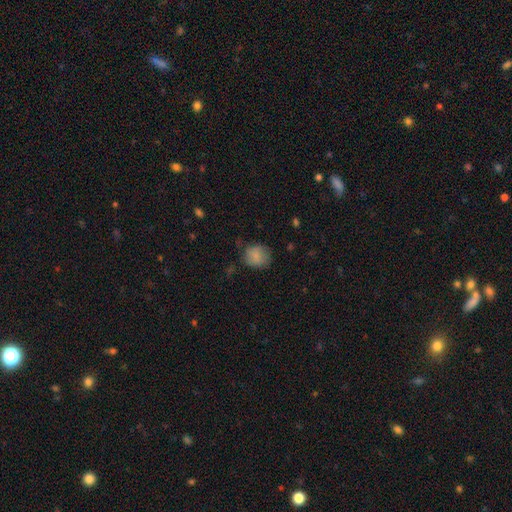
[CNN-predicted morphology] type=smooth (83%); roundness=round (75%); merging=none (64%).